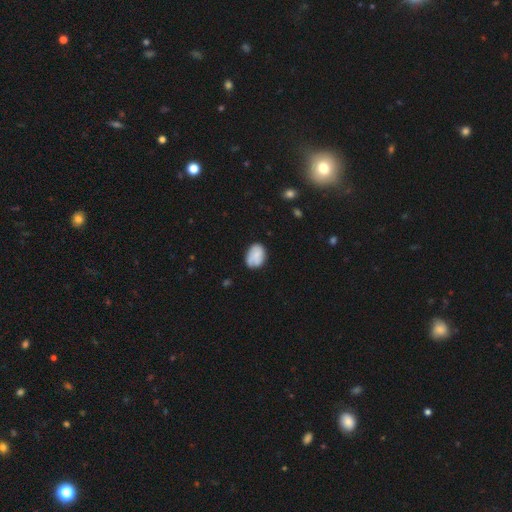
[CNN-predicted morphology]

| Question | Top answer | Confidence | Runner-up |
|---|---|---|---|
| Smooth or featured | smooth | 70% | featured or disk (22%) |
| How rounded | in between | 77% | round (22%) |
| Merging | none | 62% | minor disturbance (27%) |